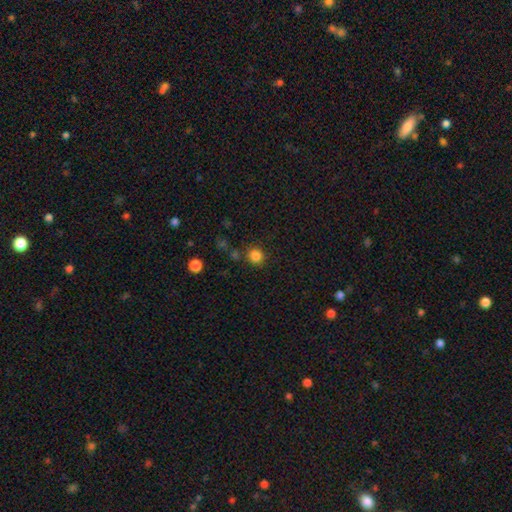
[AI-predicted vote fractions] Smooth or featured?
  - smooth: 83% *
  - star or artifact: 13%
  - featured or disk: 4%
How rounded?
  - round: 91% *
  - in between: 8%
  - cigar-shaped: 1%
Merging?
  - none: 81% *
  - minor disturbance: 10%
  - merger: 6%
  - major disturbance: 3%